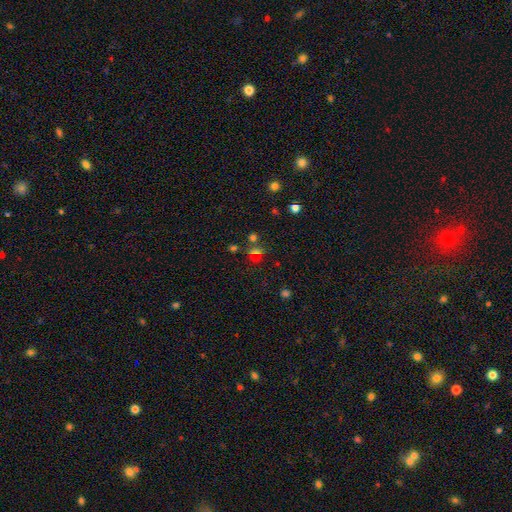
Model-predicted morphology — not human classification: Overall: star or artifact (51%; smooth 39%).